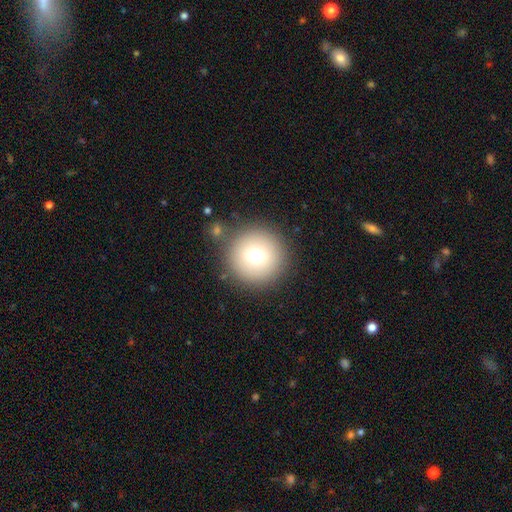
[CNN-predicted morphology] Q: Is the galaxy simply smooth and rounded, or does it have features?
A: smooth — 72%.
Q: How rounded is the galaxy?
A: round — 96%.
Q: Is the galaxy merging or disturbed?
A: none — 85%.